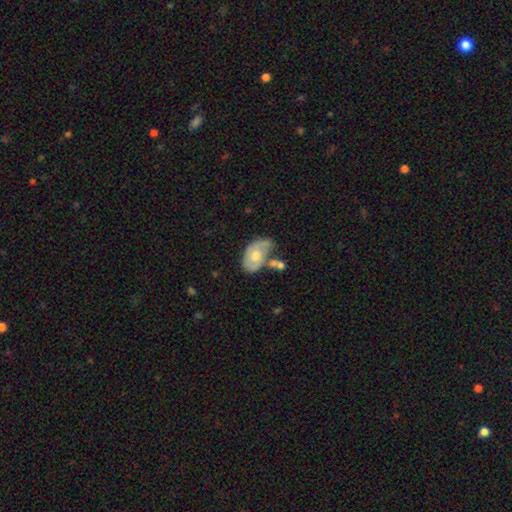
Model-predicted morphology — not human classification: Smooth or featured?
  - featured or disk: 57% *
  - smooth: 36%
  - star or artifact: 6%
Edge-on disk?
  - no: 95% *
  - yes: 5%
Bar?
  - no: 79% *
  - weak: 18%
  - strong: 3%
Spiral arms?
  - yes: 65% *
  - no: 35%
Bulge size?
  - moderate: 72% *
  - small: 18%
  - large: 7%
  - none: 2%
  - dominant: 1%
Merging?
  - none: 37% *
  - minor disturbance: 28%
  - merger: 21%
  - major disturbance: 15%